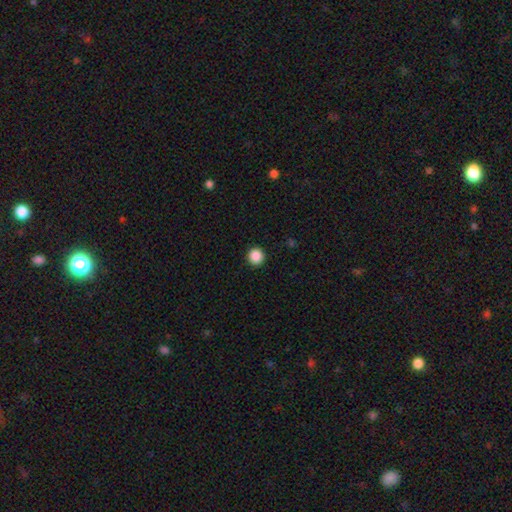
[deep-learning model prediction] The model was most divided on "smooth or featured": smooth: 88%, star or artifact: 9%, featured or disk: 2%. More confident: how rounded — round (95%); merging — none (93%).